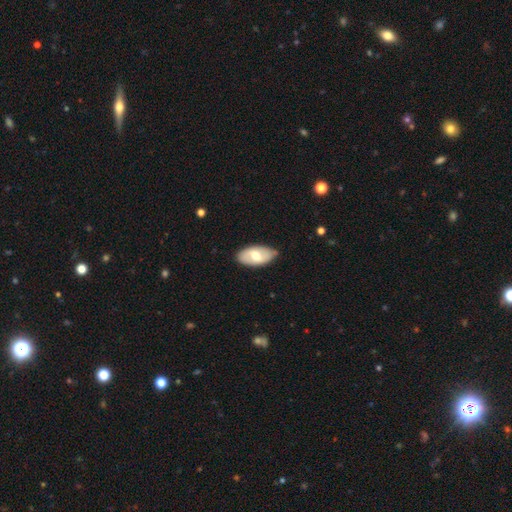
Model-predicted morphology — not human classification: Q: Smooth or featured?
A: smooth (53%); runner-up: featured or disk (42%)
Q: How rounded?
A: in between (94%); runner-up: round (3%)
Q: Merging?
A: none (81%); runner-up: minor disturbance (15%)